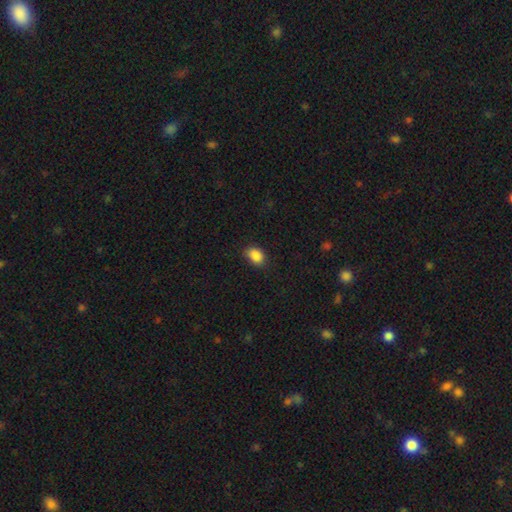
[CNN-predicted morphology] This is clearly a smooth galaxy (87%). How rounded: likely in between (76%). Merging: likely none (76%).